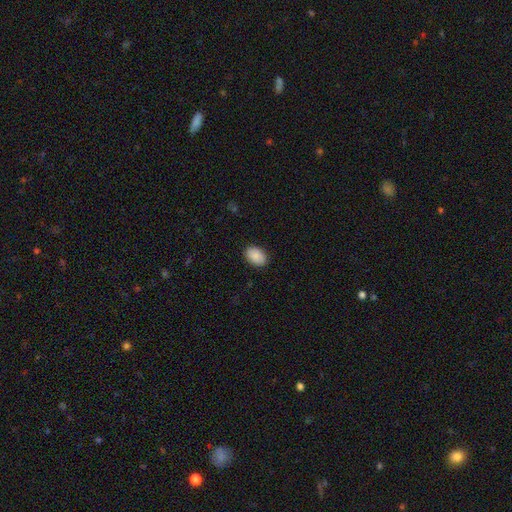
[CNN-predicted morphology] Q: Smooth or featured?
A: smooth (89%); runner-up: star or artifact (7%)
Q: How rounded?
A: in between (85%); runner-up: round (14%)
Q: Merging?
A: none (89%); runner-up: minor disturbance (8%)